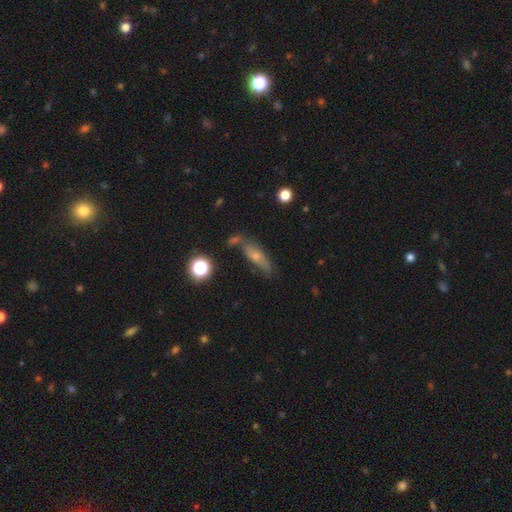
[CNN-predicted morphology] smooth-or-featured: featured or disk: 46% | smooth: 40% | star or artifact: 14%
  merging: none: 60% | minor disturbance: 22% | merger: 10% | major disturbance: 8%